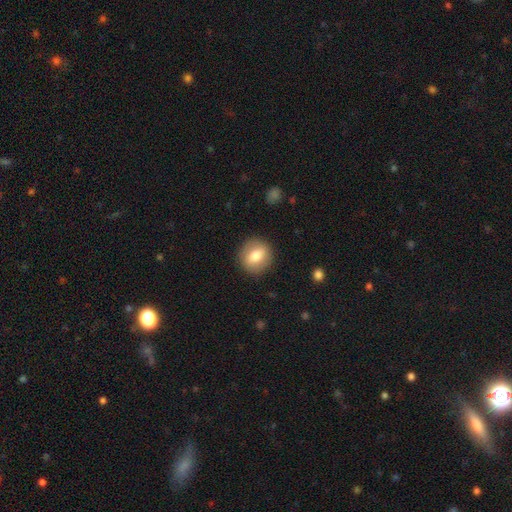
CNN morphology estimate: smooth-or-featured: smooth: 73% | featured or disk: 20% | star or artifact: 8%
  how-rounded: round: 83% | in between: 16% | cigar-shaped: 1%
  merging: none: 89% | minor disturbance: 8% | major disturbance: 3% | merger: 1%